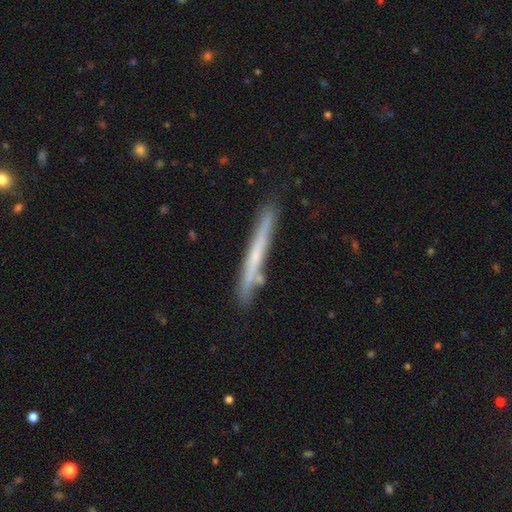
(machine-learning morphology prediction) This is possibly a featured or disk galaxy (57%). It is clearly viewed edge-on (95%). Edge-on bulge: likely none (67%). Merging: clearly none (82%).